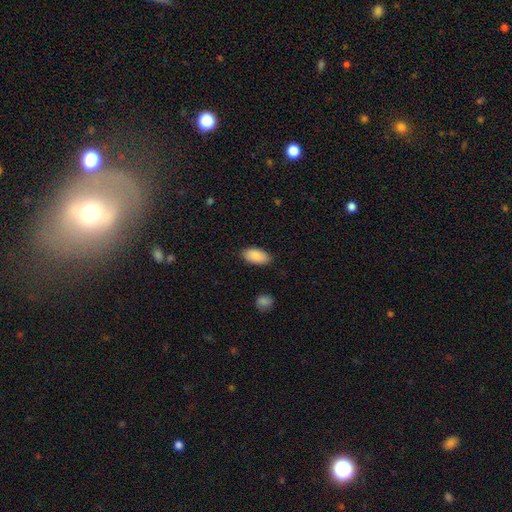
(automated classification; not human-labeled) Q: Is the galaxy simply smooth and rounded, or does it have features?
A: smooth — 88%.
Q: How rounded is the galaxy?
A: in between — 94%.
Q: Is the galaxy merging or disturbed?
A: none — 85%.